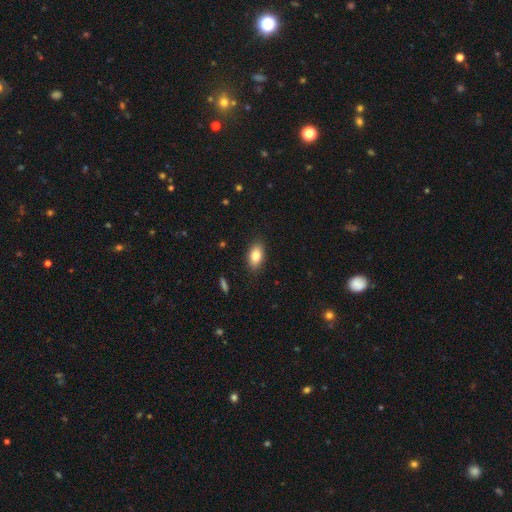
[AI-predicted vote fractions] smooth_or_featured: smooth (p=0.82) [alt: featured or disk p=0.10]
how_rounded: in between (p=0.90) [alt: round p=0.06]
merging: none (p=0.87) [alt: minor disturbance p=0.09]